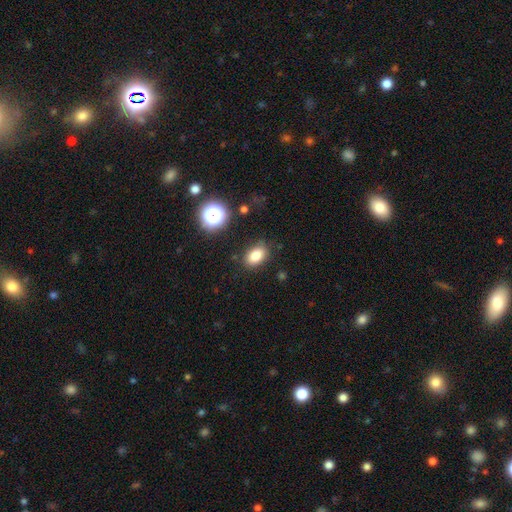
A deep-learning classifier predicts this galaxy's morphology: type=smooth (81%); roundness=in between (82%); merging=none (83%).